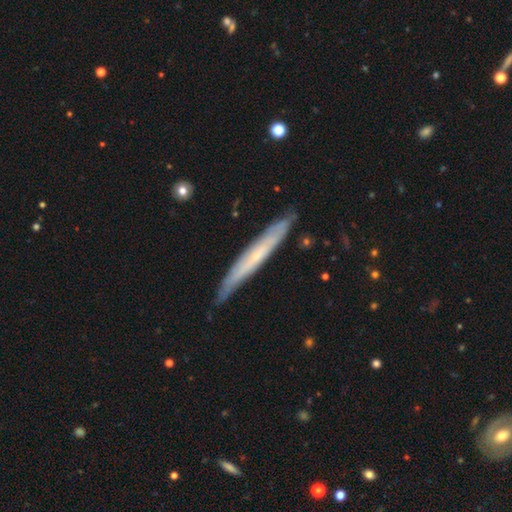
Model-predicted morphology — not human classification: Smooth or featured: featured or disk — 58% (smooth — 36%)
Edge-on disk: yes — 80% (no — 20%)
Merging: none — 82% (minor disturbance — 14%)